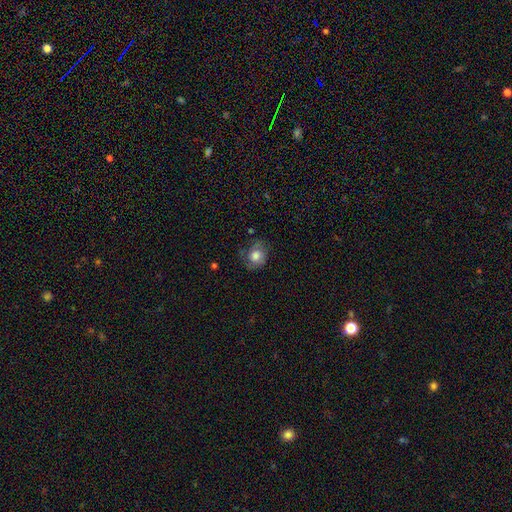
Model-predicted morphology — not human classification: type=smooth (69%); roundness=round (65%); merging=none (62%).